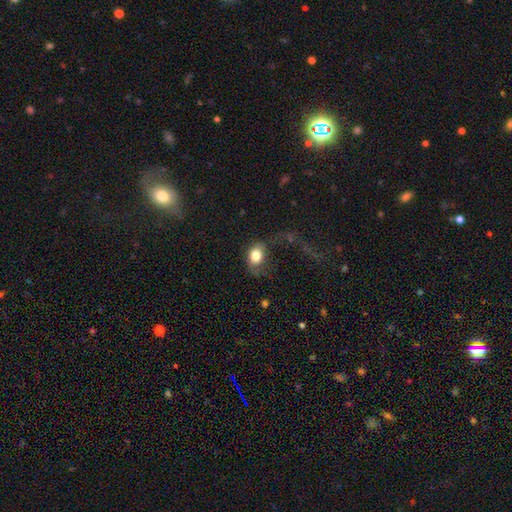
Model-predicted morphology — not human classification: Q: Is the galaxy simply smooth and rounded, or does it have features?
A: smooth — 76%.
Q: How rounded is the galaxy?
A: in between — 62%.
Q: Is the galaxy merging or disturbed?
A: major disturbance — 38%.